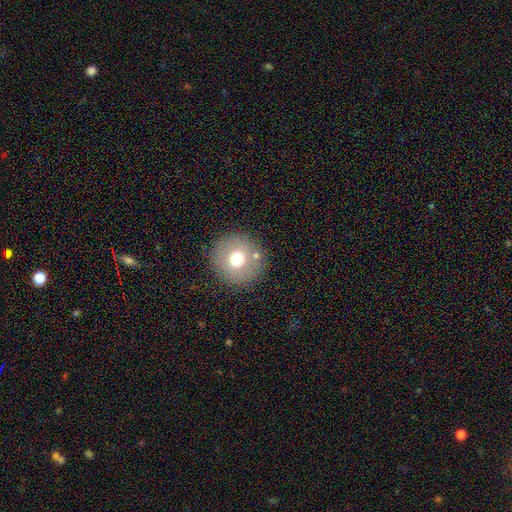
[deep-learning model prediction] Overall: smooth (68%). How rounded: round (94%). Merging: none (85%).